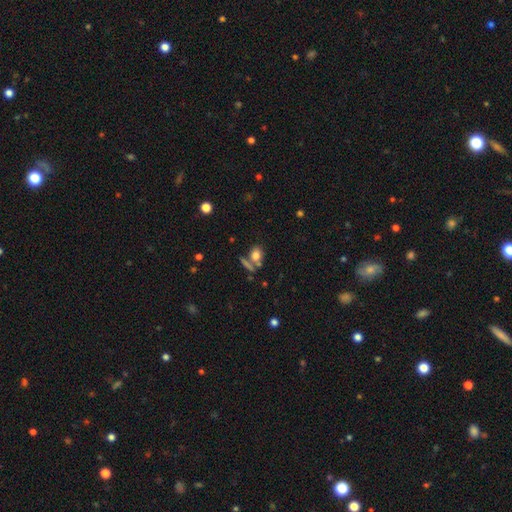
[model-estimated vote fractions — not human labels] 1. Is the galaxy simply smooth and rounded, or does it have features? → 78% smooth, 11% star or artifact, 11% featured or disk.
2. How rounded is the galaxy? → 51% in between, 44% round, 5% cigar-shaped.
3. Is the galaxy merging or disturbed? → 58% none, 25% merger, 11% minor disturbance, 5% major disturbance.